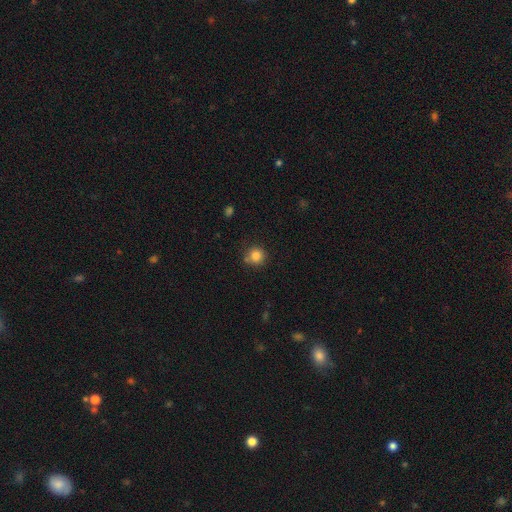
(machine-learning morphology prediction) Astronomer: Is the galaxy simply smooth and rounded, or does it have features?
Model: smooth — 83%.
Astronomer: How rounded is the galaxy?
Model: round — 93%.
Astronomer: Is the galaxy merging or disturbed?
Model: none — 79%.